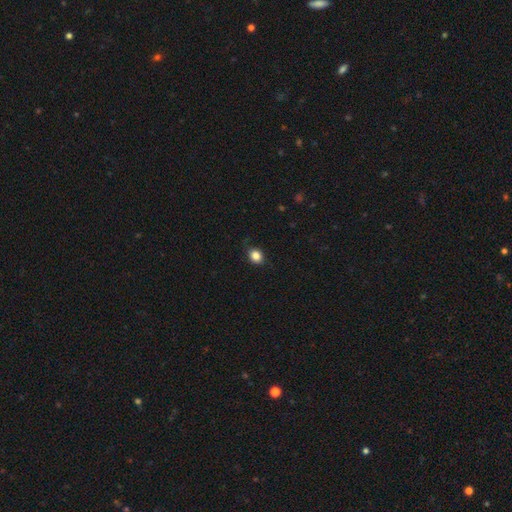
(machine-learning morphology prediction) smooth_or_featured: smooth (p=0.85) [alt: star or artifact p=0.10]
how_rounded: round (p=0.57) [alt: in between p=0.42]
merging: none (p=0.80) [alt: minor disturbance p=0.16]